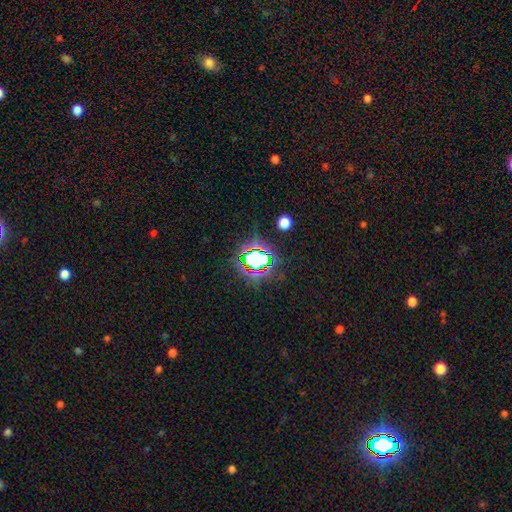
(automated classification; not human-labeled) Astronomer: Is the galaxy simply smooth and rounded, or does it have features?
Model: star or artifact — 81%.